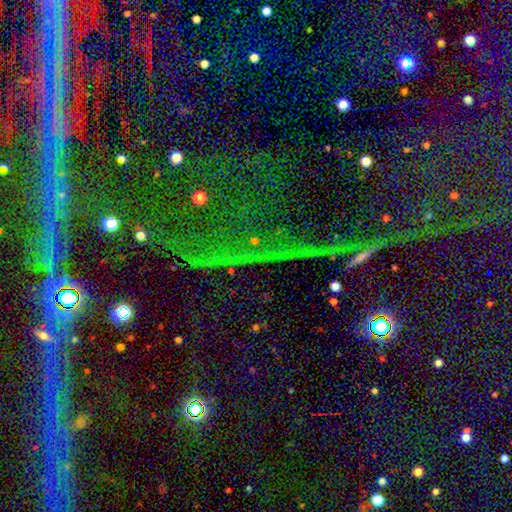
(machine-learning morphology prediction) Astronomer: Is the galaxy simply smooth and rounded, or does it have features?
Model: star or artifact — 84%.